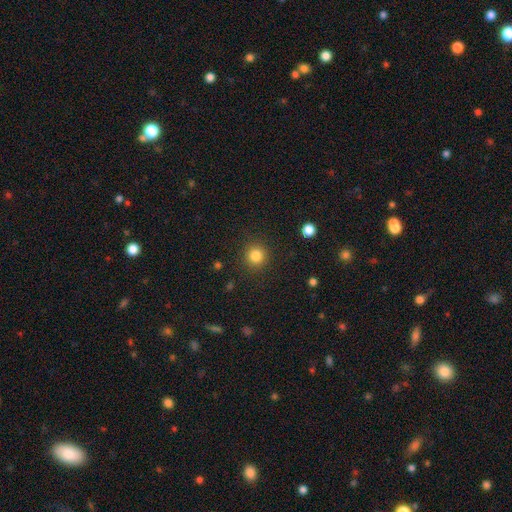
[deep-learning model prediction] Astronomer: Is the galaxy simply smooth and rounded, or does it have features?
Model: smooth — 83%.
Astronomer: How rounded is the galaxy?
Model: round — 94%.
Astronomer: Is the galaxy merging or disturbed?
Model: none — 90%.